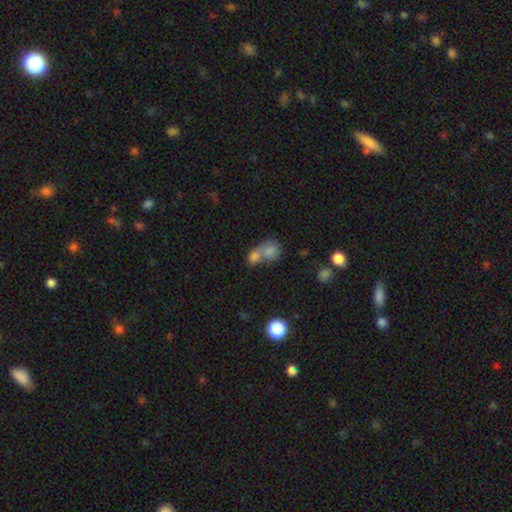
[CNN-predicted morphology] Overall: smooth (78%). How rounded: round (50%; in between 48%). Merging: merger (71%).